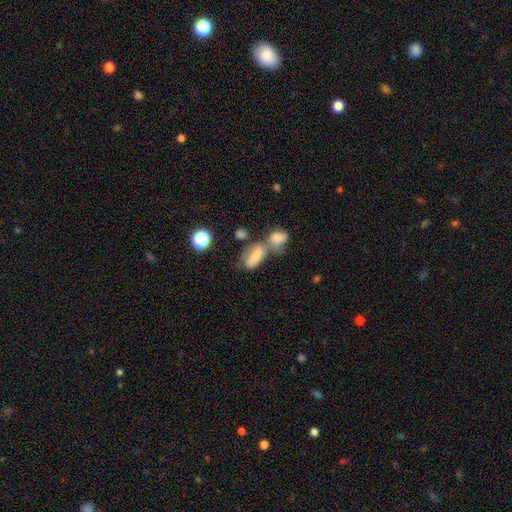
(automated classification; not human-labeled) A smooth galaxy with no disk features (57%) that is in between round and cigar-shaped (84%). Merging: merger (48%).